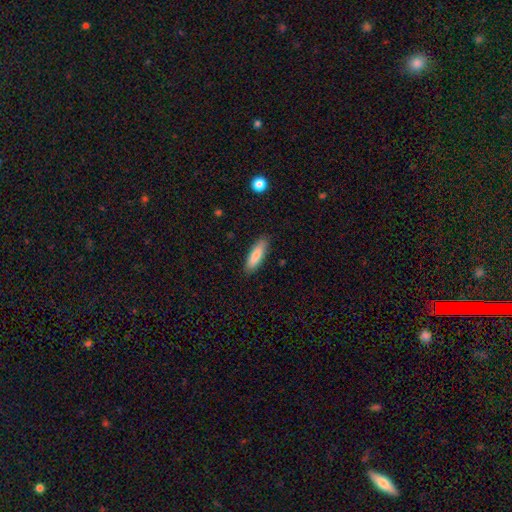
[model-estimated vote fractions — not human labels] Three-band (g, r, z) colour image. It shows a smooth galaxy with no disk features (84%) that is cigar-shaped (58%). Merging: none (87%).